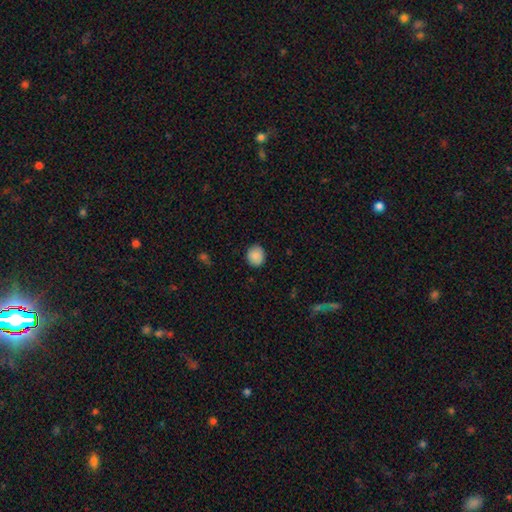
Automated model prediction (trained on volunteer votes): This is clearly a smooth galaxy (89%). How rounded: clearly round (80%). Merging: clearly none (89%).